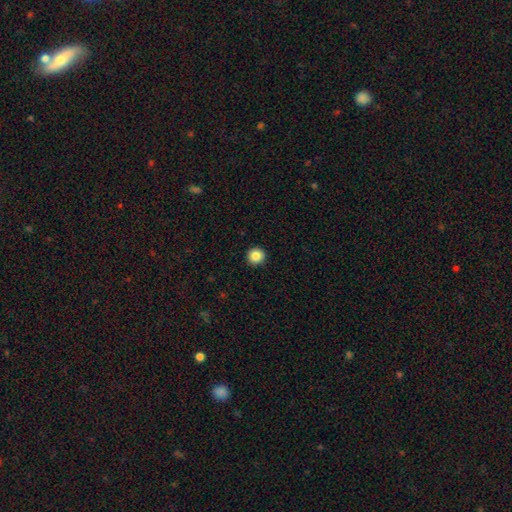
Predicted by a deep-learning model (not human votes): Smooth or featured: smooth — 87% (star or artifact — 10%)
How rounded: round — 96% (in between — 3%)
Merging: none — 93% (minor disturbance — 4%)